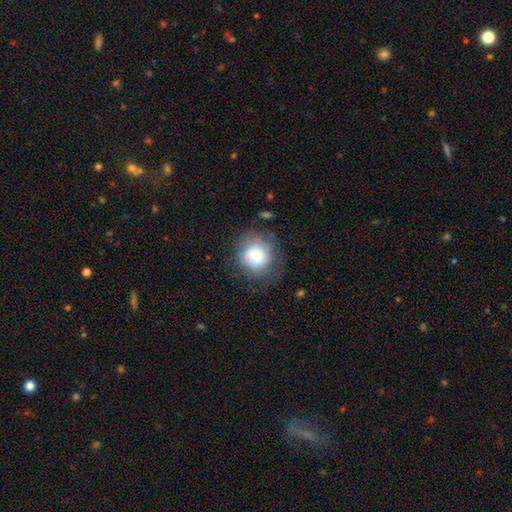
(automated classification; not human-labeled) Overall: smooth (66%). How rounded: round (83%). Merging: none (60%; minor disturbance 22%).